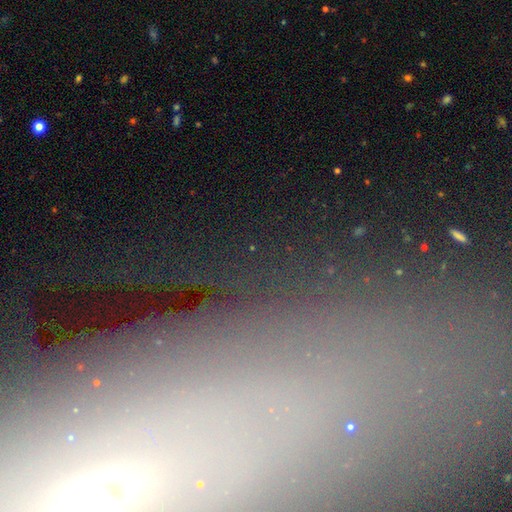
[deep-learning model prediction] A star or artifact, not a galaxy (53%).